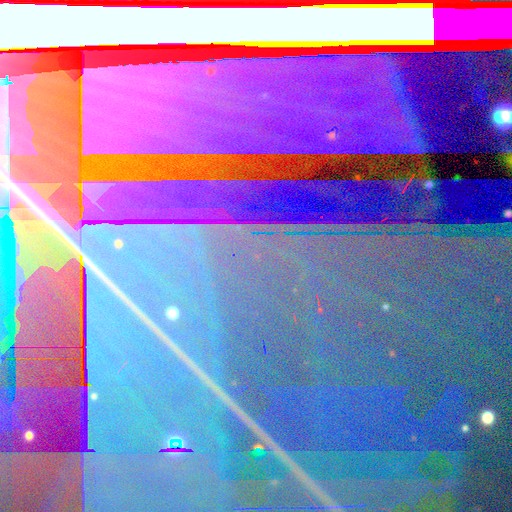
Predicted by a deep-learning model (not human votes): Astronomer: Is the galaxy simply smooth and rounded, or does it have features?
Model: star or artifact — 88%.